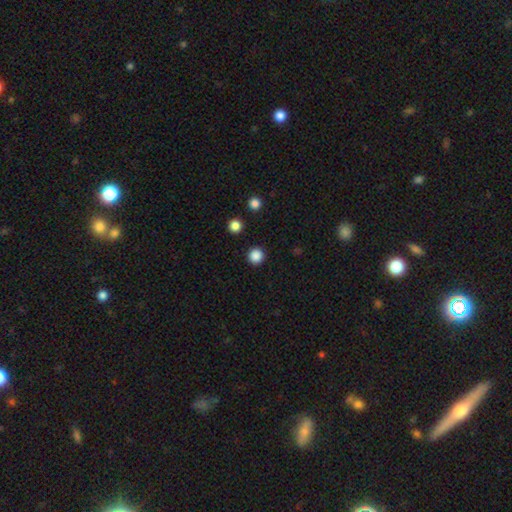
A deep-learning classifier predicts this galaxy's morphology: Smooth or featured?
  - smooth: 86% *
  - star or artifact: 11%
  - featured or disk: 2%
How rounded?
  - round: 96% *
  - in between: 3%
  - cigar-shaped: 1%
Merging?
  - none: 93% *
  - minor disturbance: 4%
  - major disturbance: 2%
  - merger: 1%